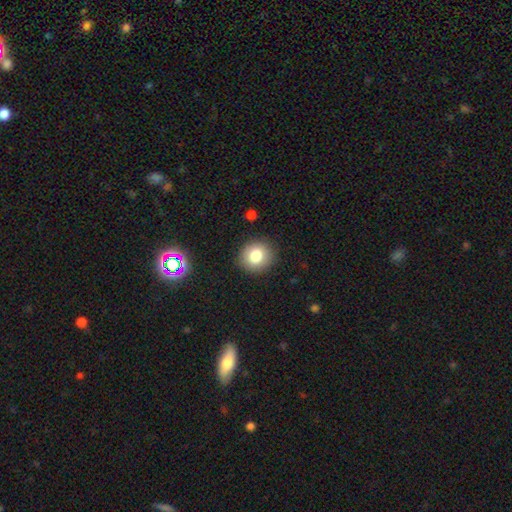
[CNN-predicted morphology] Smooth or featured? Predicted: smooth (p=0.81). How rounded? Predicted: round (p=0.88). Merging? Predicted: none (p=0.89).